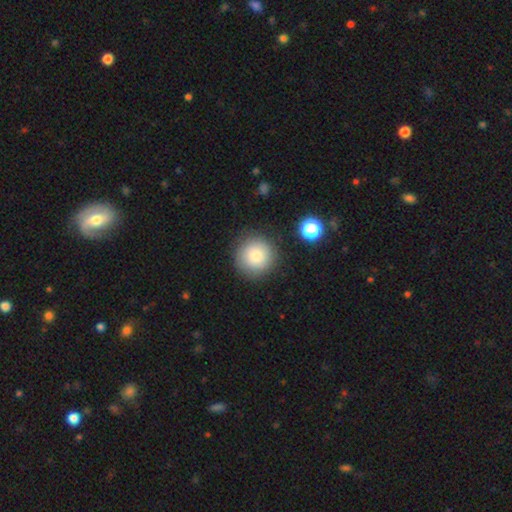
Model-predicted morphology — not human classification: Smooth or featured: smooth — 84% (star or artifact — 9%)
How rounded: round — 94% (in between — 5%)
Merging: none — 86% (minor disturbance — 8%)